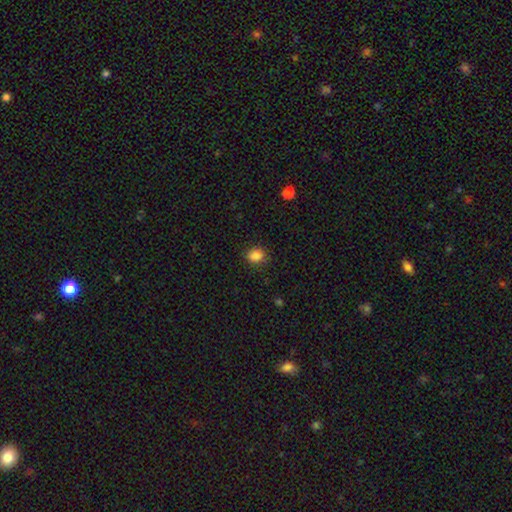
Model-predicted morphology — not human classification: A smooth galaxy with no disk features (86%) that is round (54%). Merging: none (84%).